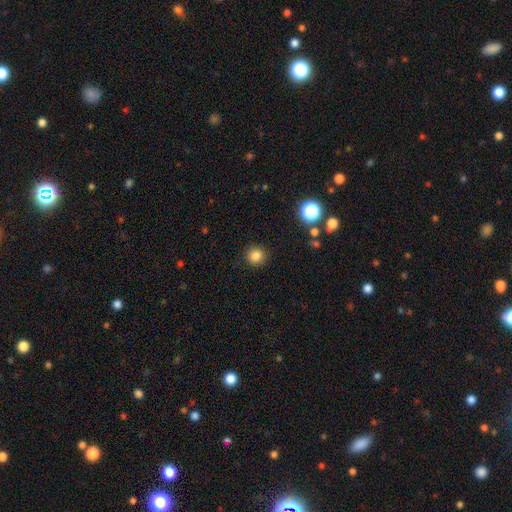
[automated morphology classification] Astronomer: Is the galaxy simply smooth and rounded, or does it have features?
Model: smooth — 84%.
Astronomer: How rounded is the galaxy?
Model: round — 91%.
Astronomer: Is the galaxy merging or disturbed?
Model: none — 90%.